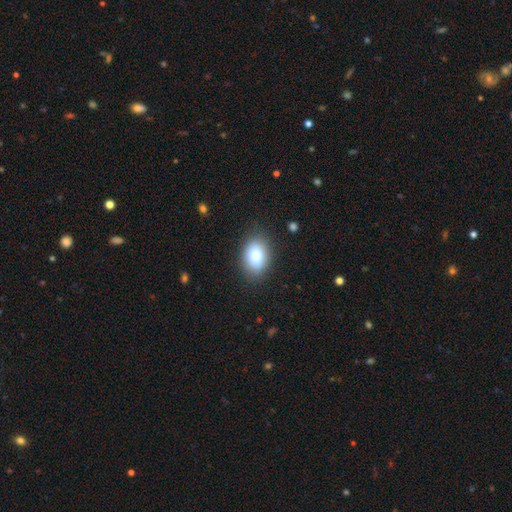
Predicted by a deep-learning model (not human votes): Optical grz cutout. It shows a smooth galaxy with no disk features (85%) that is in between round and cigar-shaped (83%). Merging: none (84%).